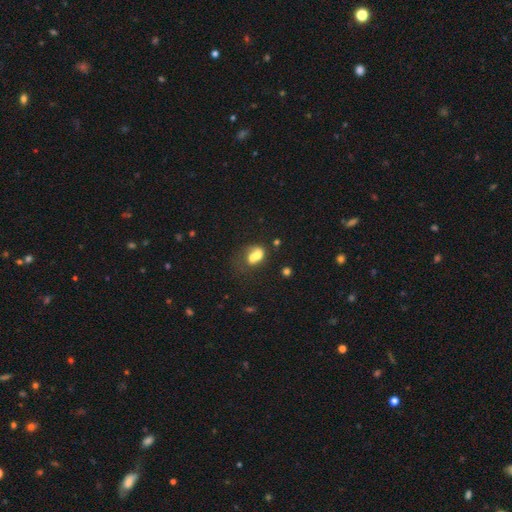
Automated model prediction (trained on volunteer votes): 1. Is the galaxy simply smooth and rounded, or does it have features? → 63% smooth, 26% featured or disk, 11% star or artifact.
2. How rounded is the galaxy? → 55% in between, 44% round, 1% cigar-shaped.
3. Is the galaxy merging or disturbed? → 64% merger, 19% none, 9% minor disturbance, 8% major disturbance.